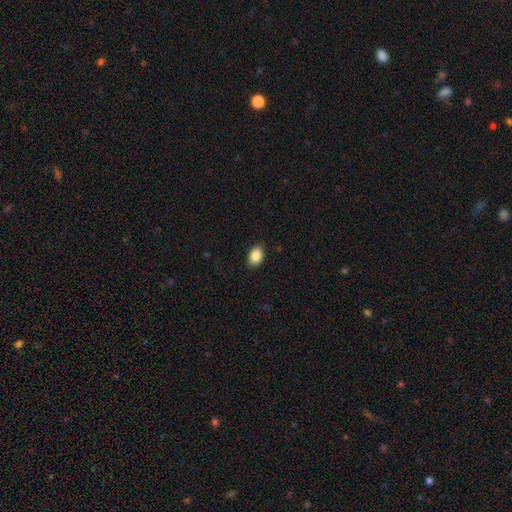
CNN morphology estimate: Smooth or featured? Predicted: smooth (p=0.89). How rounded? Predicted: in between (p=0.87). Merging? Predicted: none (p=0.89).